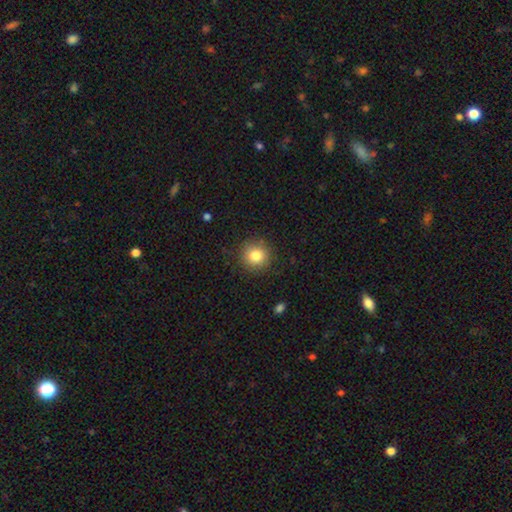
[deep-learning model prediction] Morphology: type=smooth (82%); roundness=round (91%); merging=none (88%).